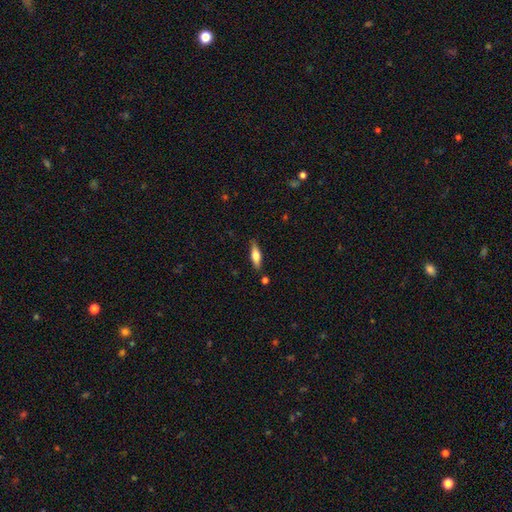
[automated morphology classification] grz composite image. It shows a smooth galaxy with no disk features (63%) that is in between round and cigar-shaped (49%). Merging: none (81%).